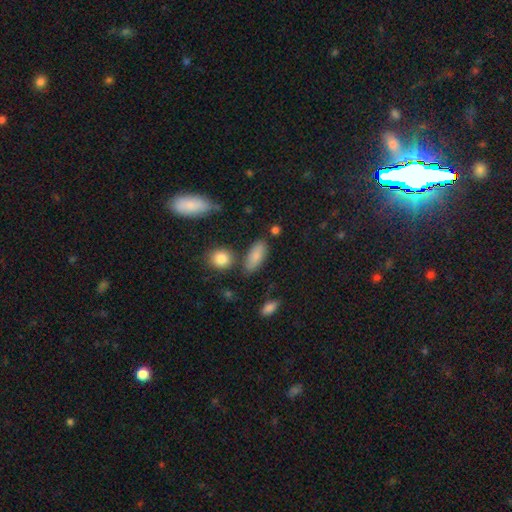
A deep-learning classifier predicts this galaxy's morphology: Q: Smooth or featured?
A: smooth (82%); runner-up: featured or disk (10%)
Q: How rounded?
A: in between (83%); runner-up: cigar-shaped (13%)
Q: Merging?
A: none (72%); runner-up: minor disturbance (16%)